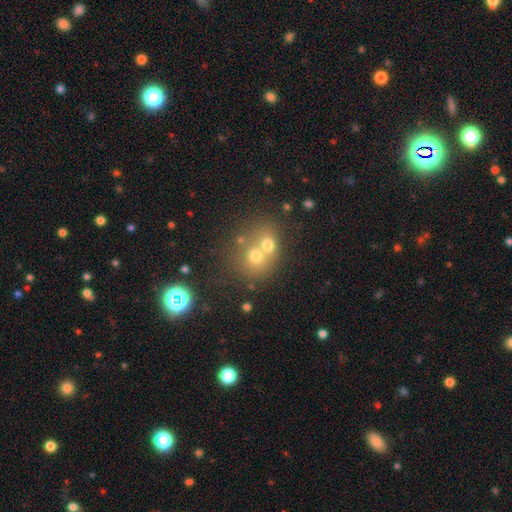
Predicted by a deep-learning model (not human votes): This appears to be a smooth galaxy with no disk features (65%) that is round (74%). Merging: merger (60%).